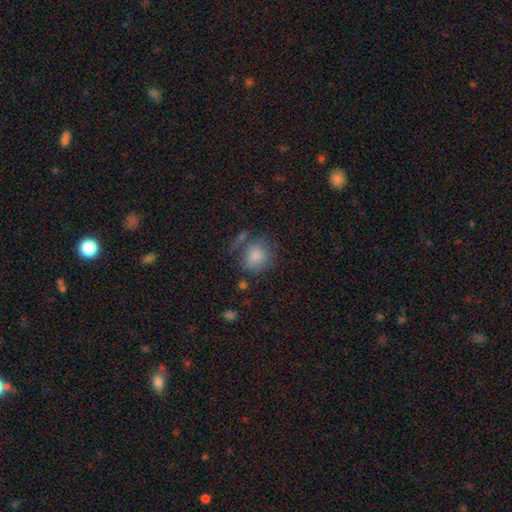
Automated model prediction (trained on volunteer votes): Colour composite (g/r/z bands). It shows a smooth galaxy with no disk features (82%) that is round (72%). Merging: none (57%).